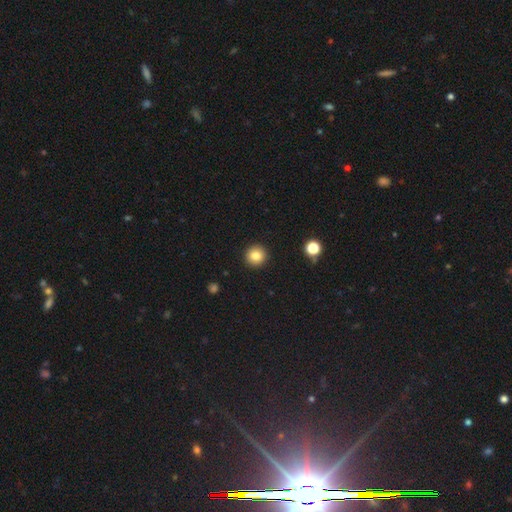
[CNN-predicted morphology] Smooth or featured? smooth (83%)
How rounded? round (95%)
Merging? none (93%)